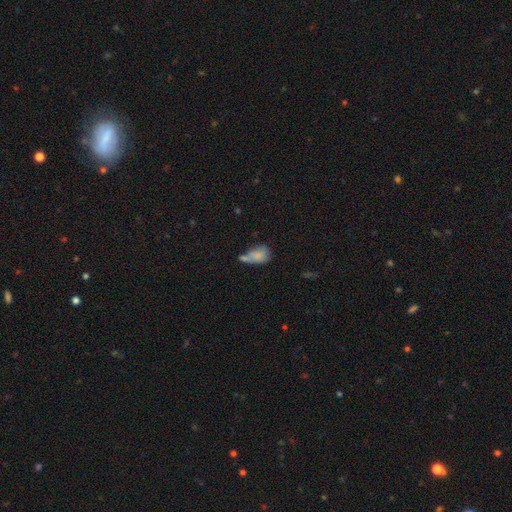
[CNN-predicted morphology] Smooth or featured? smooth (72%)
How rounded? in between (79%)
Merging? merger (38%)